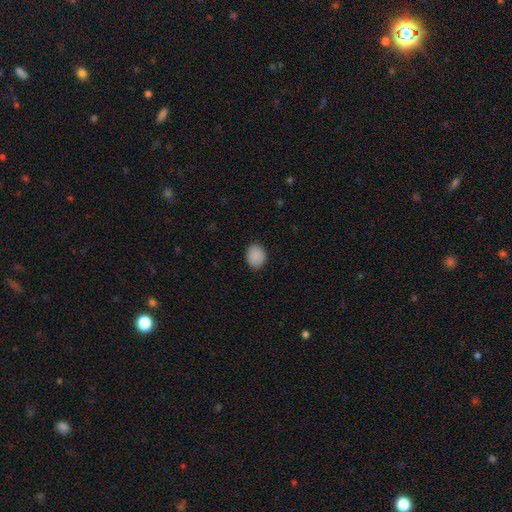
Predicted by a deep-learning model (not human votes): Smooth or featured?
  - smooth: 90% *
  - star or artifact: 7%
  - featured or disk: 3%
How rounded?
  - round: 54% *
  - in between: 45%
  - cigar-shaped: 1%
Merging?
  - none: 88% *
  - minor disturbance: 9%
  - major disturbance: 2%
  - merger: 1%